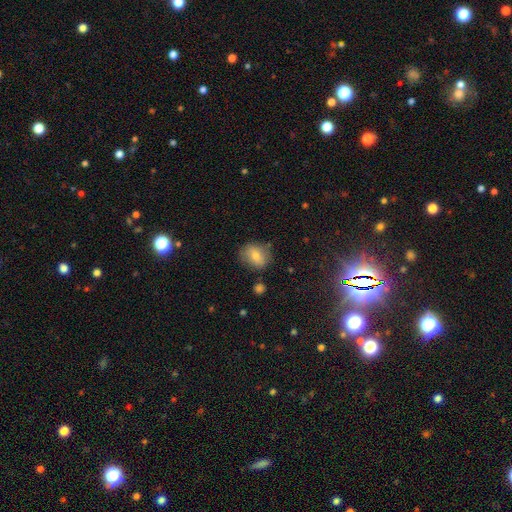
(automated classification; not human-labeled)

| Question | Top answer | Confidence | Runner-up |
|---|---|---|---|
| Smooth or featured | smooth | 75% | featured or disk (16%) |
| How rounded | in between | 54% | round (44%) |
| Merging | none | 73% | minor disturbance (19%) |